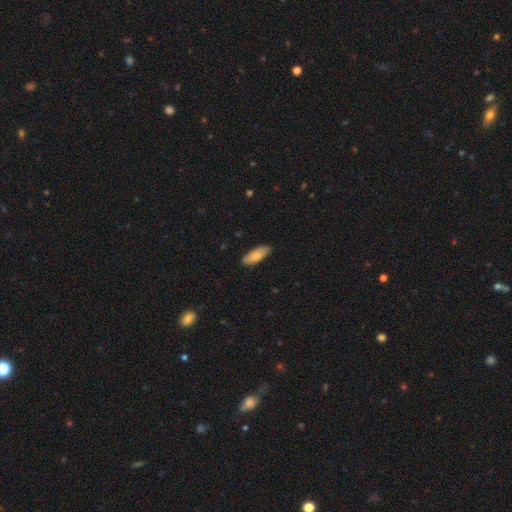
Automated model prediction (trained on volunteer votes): smooth_or_featured: smooth (p=0.80) [alt: featured or disk p=0.15]
how_rounded: in between (p=0.73) [alt: cigar-shaped p=0.25]
merging: none (p=0.85) [alt: minor disturbance p=0.12]